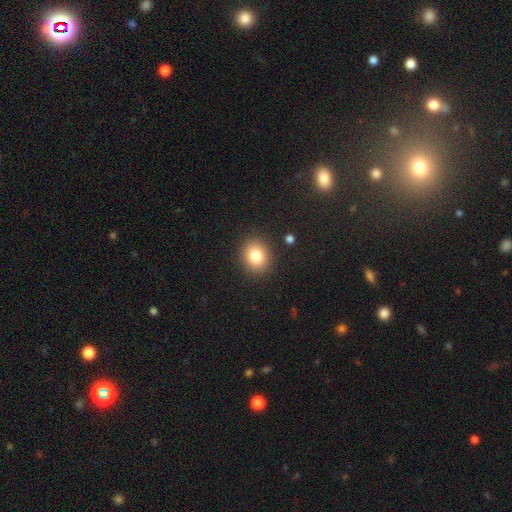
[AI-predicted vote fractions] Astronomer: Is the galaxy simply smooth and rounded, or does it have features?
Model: smooth — 81%.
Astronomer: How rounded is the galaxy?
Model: round — 67%.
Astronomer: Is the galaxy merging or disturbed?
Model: none — 89%.